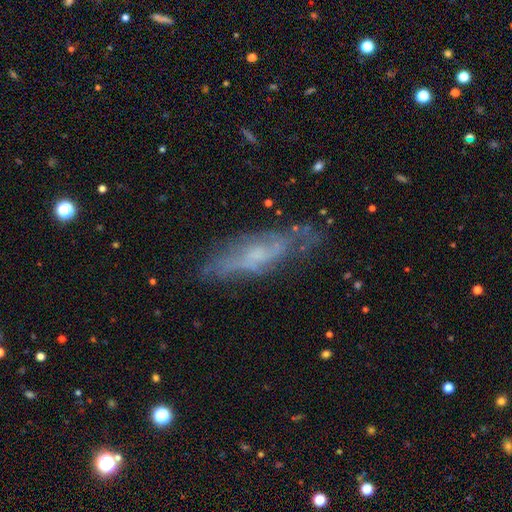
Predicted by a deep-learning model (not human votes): This is possibly a featured or disk galaxy (59%). It is likely not viewed edge-on (69%). Merging: likely none (62%).